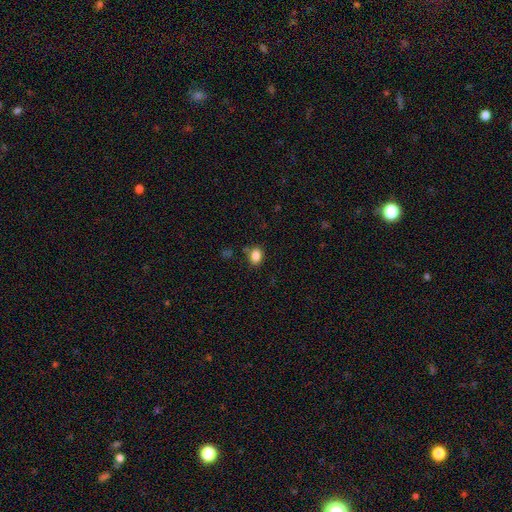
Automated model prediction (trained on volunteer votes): The model was most divided on "how rounded": in between: 75%, round: 24%, cigar-shaped: 1%. More confident: smooth or featured — smooth (85%); merging — none (76%).